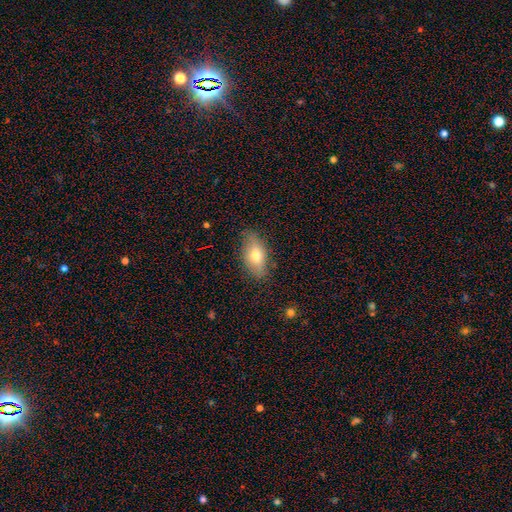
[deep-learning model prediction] The model was most divided on "smooth or featured": smooth: 70%, featured or disk: 22%, star or artifact: 8%. More confident: how rounded — in between (89%); merging — none (80%).